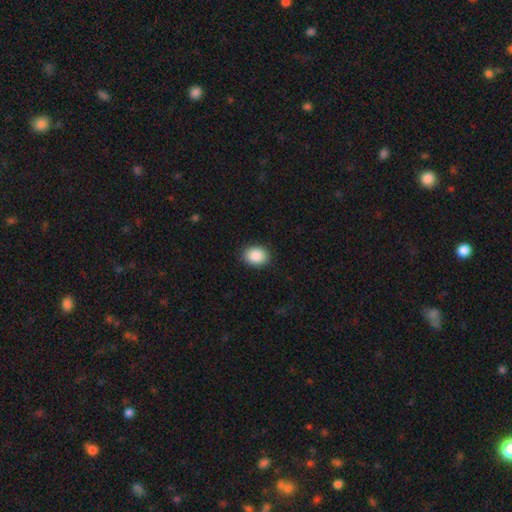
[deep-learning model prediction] A smooth galaxy with no disk features (90%) that is in between round and cigar-shaped (60%).

Vote fractions:
- Smooth or featured? smooth: 90% / star or artifact: 8% / featured or disk: 3%
- How rounded? in between: 60% / round: 39% / cigar-shaped: 1%
- Merging? none: 89% / minor disturbance: 8% / major disturbance: 2% / merger: 1%